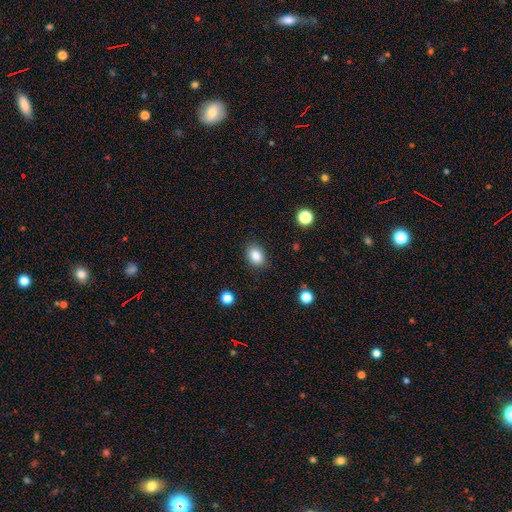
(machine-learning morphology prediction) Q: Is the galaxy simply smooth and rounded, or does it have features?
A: smooth — 86%.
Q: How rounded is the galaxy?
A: in between — 68%.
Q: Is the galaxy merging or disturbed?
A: none — 87%.